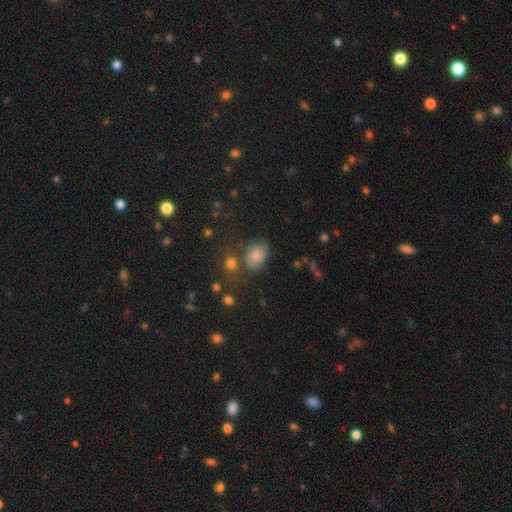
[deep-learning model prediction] Smooth or featured?
  - smooth: 79% *
  - star or artifact: 11%
  - featured or disk: 10%
How rounded?
  - in between: 77% *
  - round: 22%
  - cigar-shaped: 1%
Merging?
  - none: 66% *
  - minor disturbance: 18%
  - merger: 9%
  - major disturbance: 6%